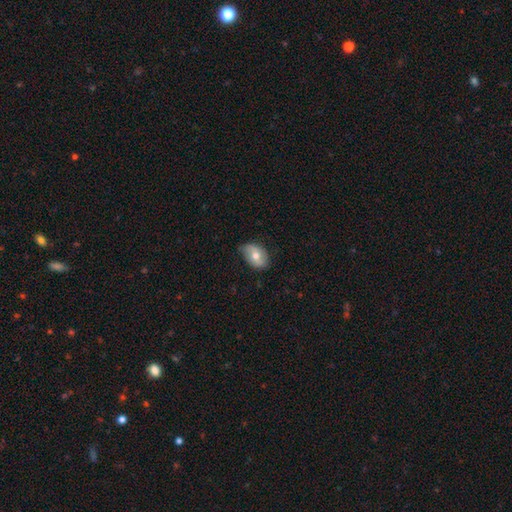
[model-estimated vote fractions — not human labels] A smooth galaxy with no disk features (62%) that is in between round and cigar-shaped (88%).

Vote fractions:
- Smooth or featured? smooth: 62% / featured or disk: 31% / star or artifact: 7%
- How rounded? in between: 88% / round: 11% / cigar-shaped: 1%
- Merging? none: 68% / minor disturbance: 26% / major disturbance: 4% / merger: 1%